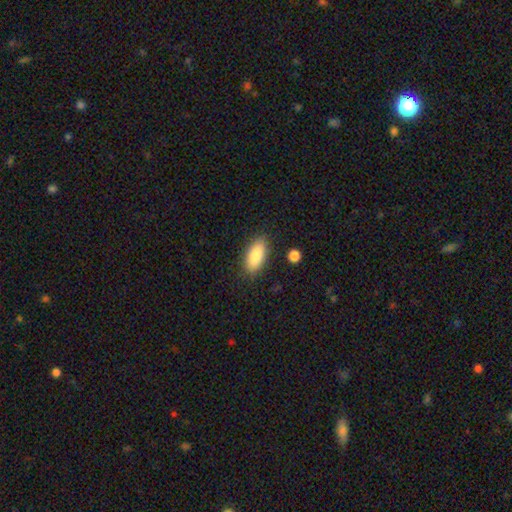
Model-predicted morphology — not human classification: smooth-or-featured: smooth: 86% | featured or disk: 8% | star or artifact: 6%
  how-rounded: in between: 86% | cigar-shaped: 12% | round: 2%
  merging: none: 85% | minor disturbance: 10% | major disturbance: 3% | merger: 2%